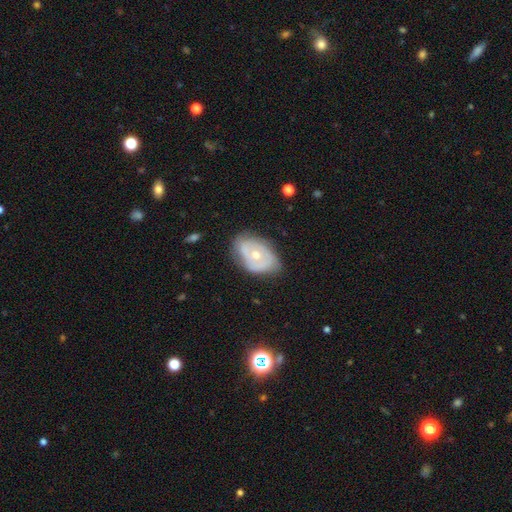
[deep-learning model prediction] This appears to be a featured or disk galaxy (61%) with no bar (81%), no spiral arms (50%, tied with yes) and a moderate central bulge (58%). Merging: none (64%).